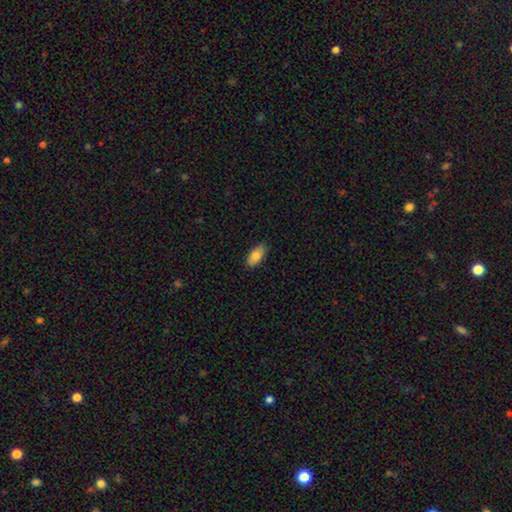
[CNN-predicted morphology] Overall: smooth (80%). How rounded: in between (90%). Merging: none (83%).